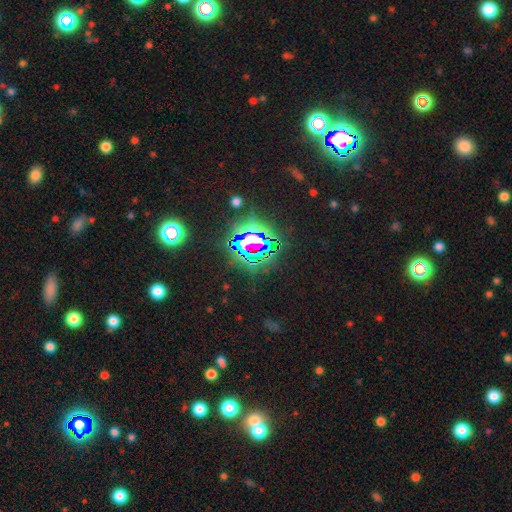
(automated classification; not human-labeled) The model was most divided on "smooth or featured": star or artifact: 80%, smooth: 10%, featured or disk: 9%.